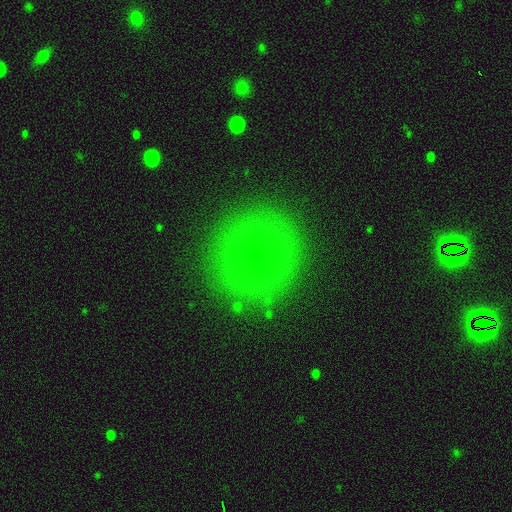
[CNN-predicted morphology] Smooth or featured?
  - featured or disk: 42% * (tied)
  - smooth: 42% * (tied)
  - star or artifact: 17%
Merging?
  - none: 85% *
  - minor disturbance: 10%
  - major disturbance: 4%
  - merger: 1%